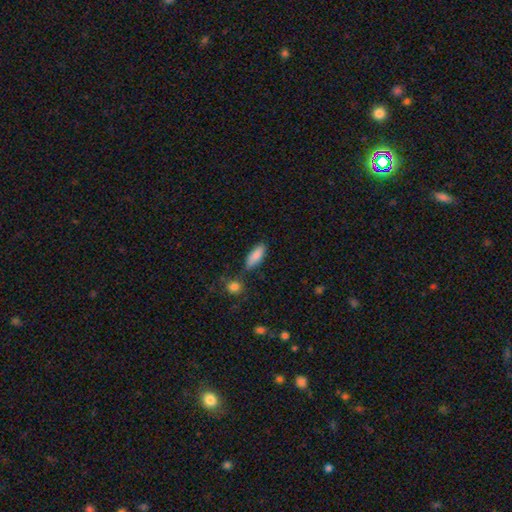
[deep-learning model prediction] smooth-or-featured: smooth: 86% | featured or disk: 7% | star or artifact: 7%
  how-rounded: in between: 74% | cigar-shaped: 24% | round: 2%
  merging: none: 73% | minor disturbance: 16% | merger: 7% | major disturbance: 4%